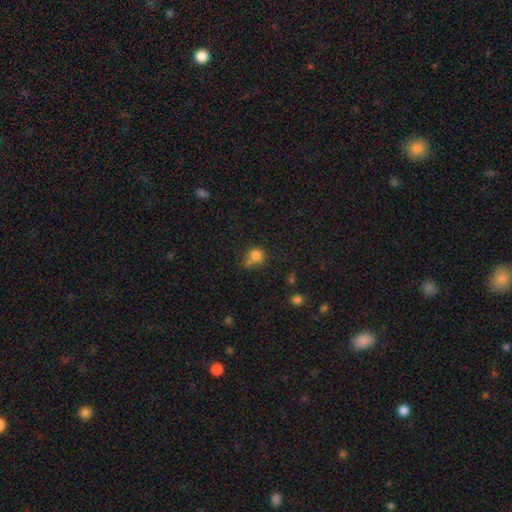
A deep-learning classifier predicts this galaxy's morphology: Smooth or featured: smooth — 79% (star or artifact — 13%)
How rounded: round — 82% (in between — 16%)
Merging: none — 50% (merger — 22%)